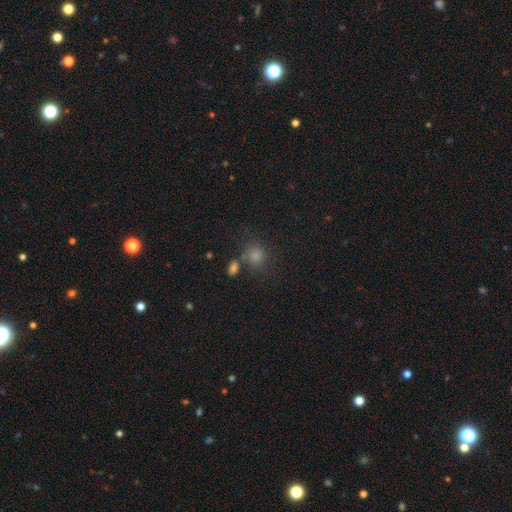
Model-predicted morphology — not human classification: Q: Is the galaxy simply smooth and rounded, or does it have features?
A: smooth — 80%.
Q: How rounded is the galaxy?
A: round — 75%.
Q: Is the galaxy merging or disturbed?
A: none — 63%.